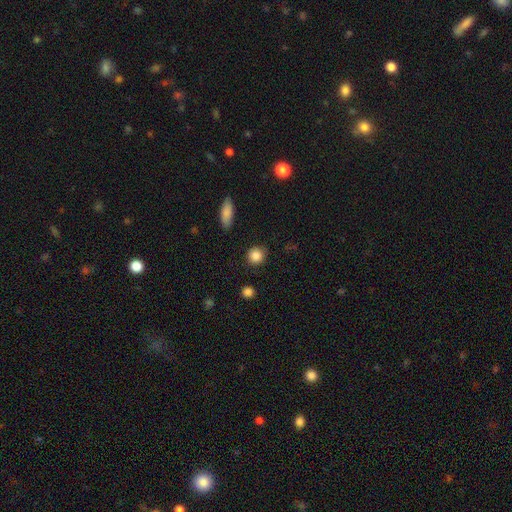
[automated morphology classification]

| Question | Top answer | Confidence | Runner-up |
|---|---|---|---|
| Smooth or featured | smooth | 87% | star or artifact (9%) |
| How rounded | round | 89% | in between (10%) |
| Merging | none | 87% | minor disturbance (8%) |